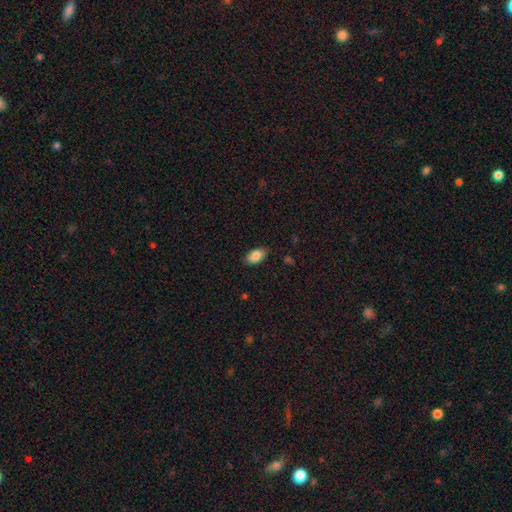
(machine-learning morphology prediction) smooth 85%, featured or disk 8%, star or artifact 7%. Down the decision tree: how rounded — in between (93%); merging — none (85%).